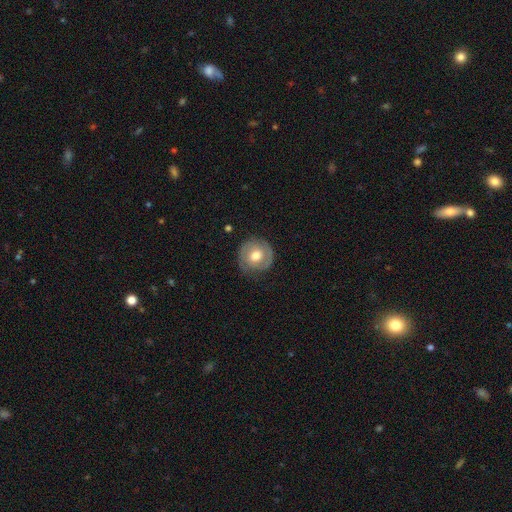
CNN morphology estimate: A featured or disk galaxy (58%) with no bar (65%), spiral arms (77%) and a moderate central bulge (71%).

Vote fractions:
- Smooth or featured? featured or disk: 58% / smooth: 36% / star or artifact: 6%
- Edge-on disk? no: 97% / yes: 3%
- Bar? no: 65% / weak: 29% / strong: 7%
- Spiral arms? yes: 77% / no: 23%
- Bulge size? moderate: 71% / large: 18% / small: 9% / dominant: 1% / none: 1%
- Merging? none: 79% / minor disturbance: 15% / major disturbance: 5% / merger: 1%